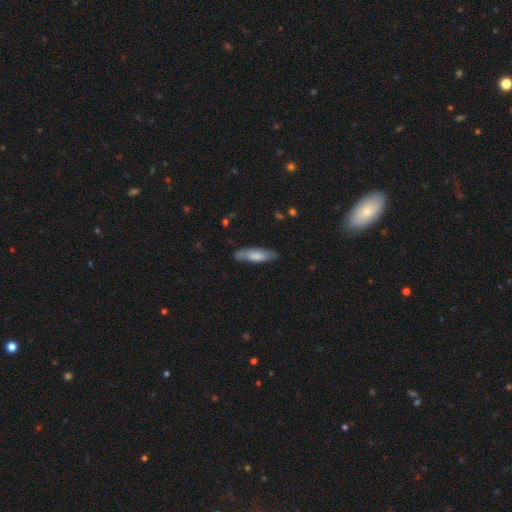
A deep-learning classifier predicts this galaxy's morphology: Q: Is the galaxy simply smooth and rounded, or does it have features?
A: smooth — 68%.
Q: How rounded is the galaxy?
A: cigar-shaped — 54%.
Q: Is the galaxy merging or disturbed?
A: none — 81%.